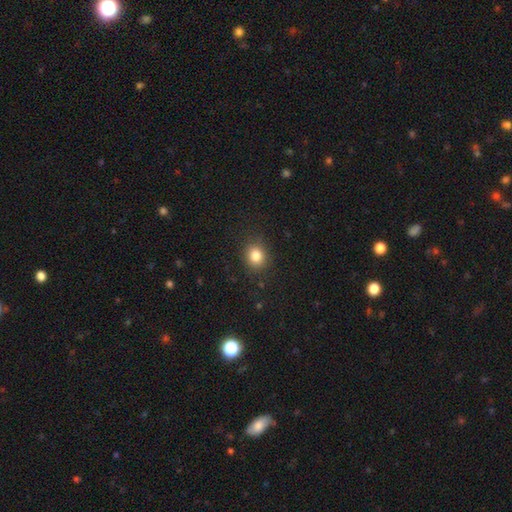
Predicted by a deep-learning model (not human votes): smooth_or_featured: smooth (p=0.83) [alt: star or artifact p=0.12]
how_rounded: round (p=0.75) [alt: in between p=0.24]
merging: none (p=0.86) [alt: minor disturbance p=0.10]